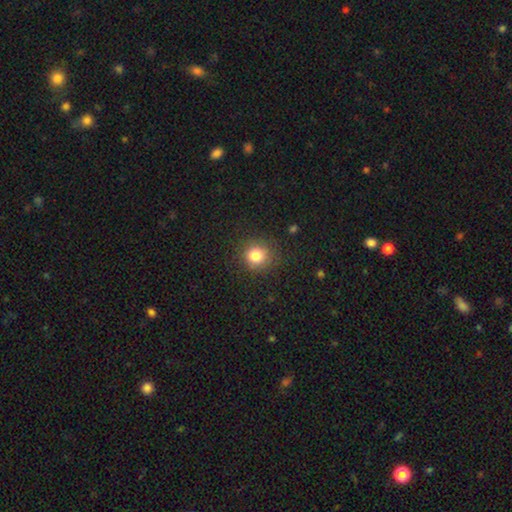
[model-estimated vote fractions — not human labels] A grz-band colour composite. It shows a smooth galaxy with no disk features (81%) that is round (90%). Merging: none (86%).